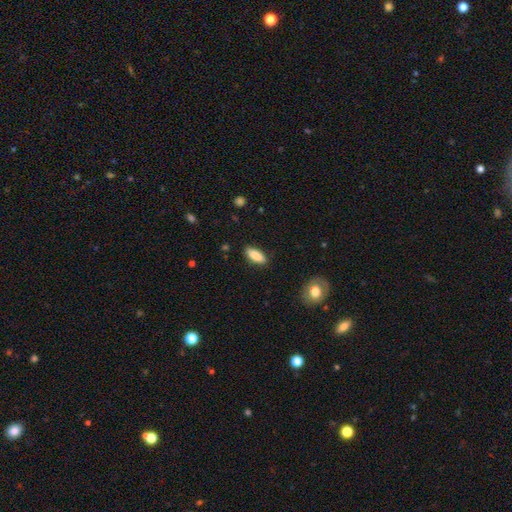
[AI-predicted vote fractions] Smooth or featured: smooth — 86% (featured or disk — 7%)
How rounded: in between — 72% (cigar-shaped — 26%)
Merging: none — 87% (minor disturbance — 10%)